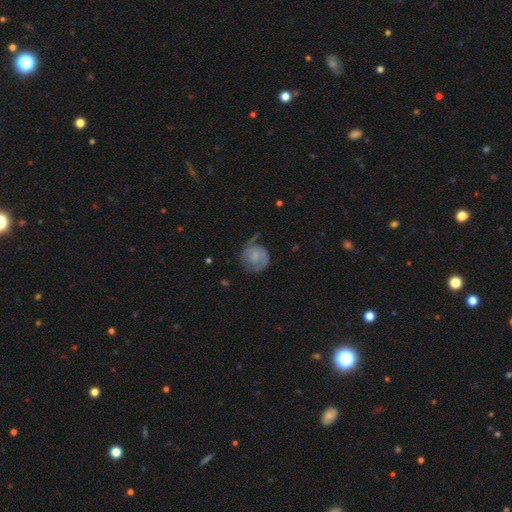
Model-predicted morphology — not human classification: This appears to be a featured or disk galaxy (49%). Merging: none (49%).